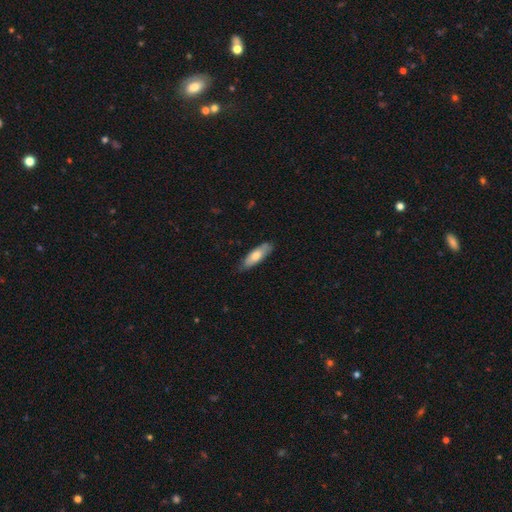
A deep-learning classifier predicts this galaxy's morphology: smooth-or-featured: smooth: 69% | featured or disk: 26% | star or artifact: 5%
  how-rounded: in between: 57% | cigar-shaped: 41% | round: 2%
  merging: none: 79% | minor disturbance: 17% | major disturbance: 3% | merger: 1%